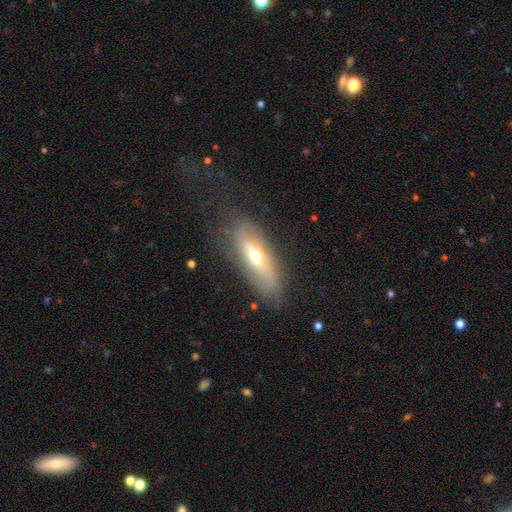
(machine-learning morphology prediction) Overall: featured or disk (49%; smooth 43%). Merging: none (69%).